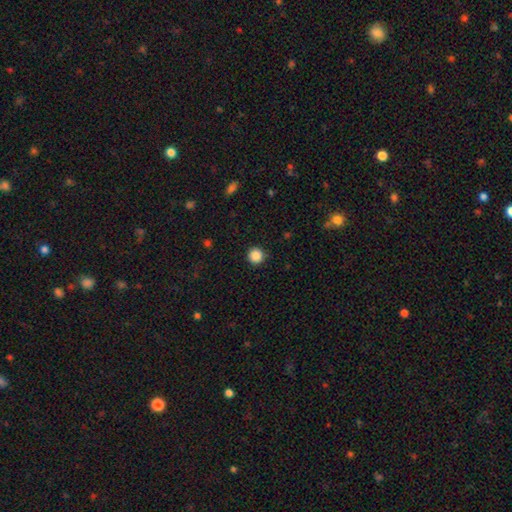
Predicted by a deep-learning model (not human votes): smooth 88%, star or artifact 10%, featured or disk 2%. Down the decision tree: how rounded — round (95%); merging — none (92%).